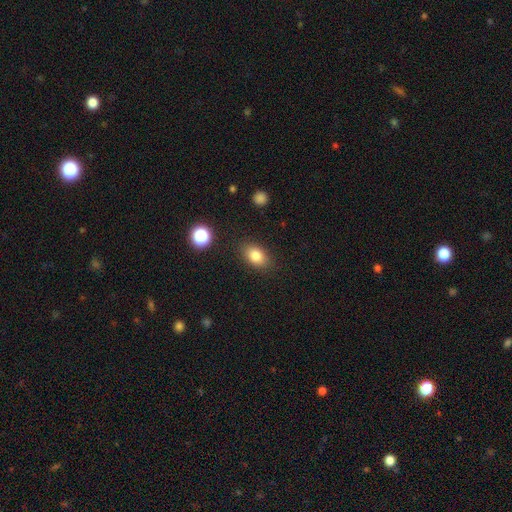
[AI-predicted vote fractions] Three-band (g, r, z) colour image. It shows a smooth galaxy with no disk features (81%) that is in between round and cigar-shaped (80%). Merging: none (85%).